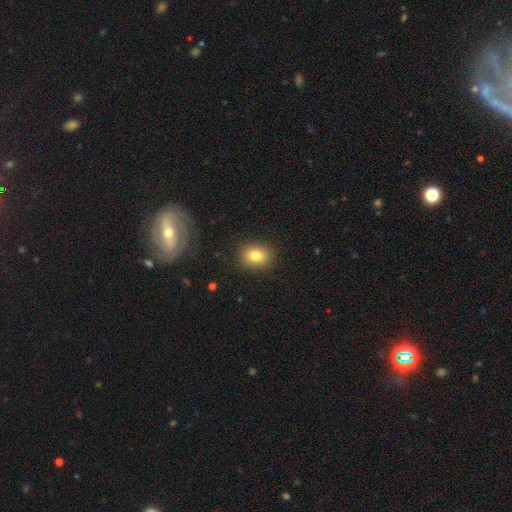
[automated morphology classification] A smooth galaxy with no disk features (81%) that is round (56%).

Vote fractions:
- Smooth or featured? smooth: 81% / star or artifact: 11% / featured or disk: 8%
- How rounded? round: 56% / in between: 43% / cigar-shaped: 1%
- Merging? none: 87% / minor disturbance: 9% / major disturbance: 3% / merger: 1%